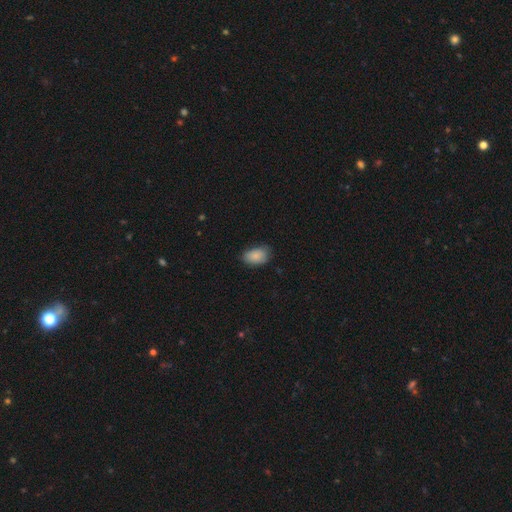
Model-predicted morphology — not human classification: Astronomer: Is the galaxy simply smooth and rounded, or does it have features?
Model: smooth — 87%.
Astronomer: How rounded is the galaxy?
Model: in between — 89%.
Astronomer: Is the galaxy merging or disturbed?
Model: none — 73%.